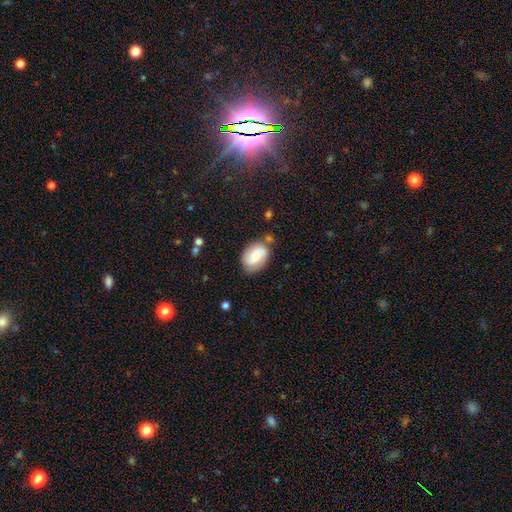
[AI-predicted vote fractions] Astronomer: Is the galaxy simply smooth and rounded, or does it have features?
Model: smooth — 63%.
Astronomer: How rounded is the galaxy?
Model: in between — 81%.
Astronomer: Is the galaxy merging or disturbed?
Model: none — 67%.